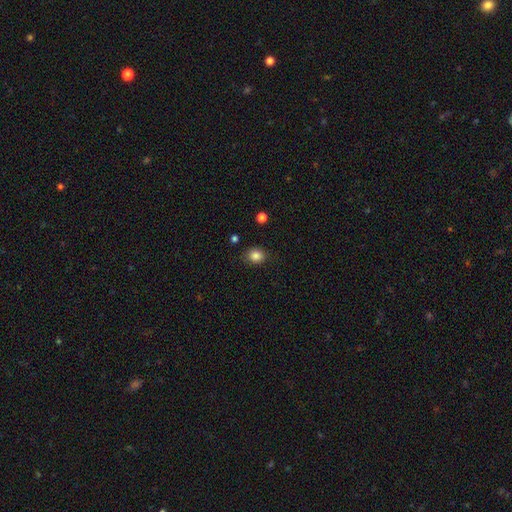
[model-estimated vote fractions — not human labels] The model was most divided on "how rounded": round: 61%, in between: 38%, cigar-shaped: 1%. More confident: smooth or featured — smooth (85%); merging — none (83%).